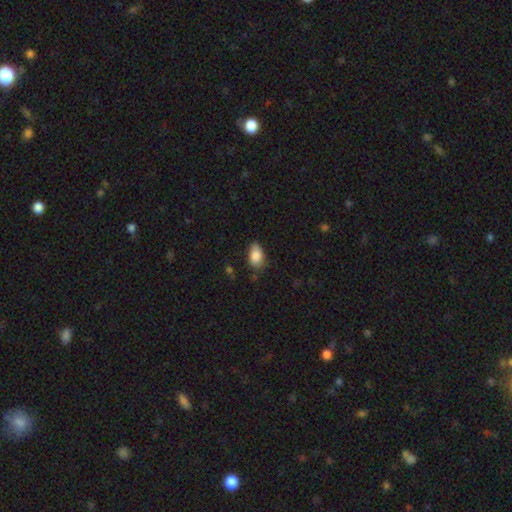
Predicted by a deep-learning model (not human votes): Smooth or featured?
  - smooth: 86% *
  - star or artifact: 8%
  - featured or disk: 6%
How rounded?
  - in between: 89% *
  - round: 9%
  - cigar-shaped: 2%
Merging?
  - none: 59% *
  - minor disturbance: 33%
  - major disturbance: 6%
  - merger: 2%